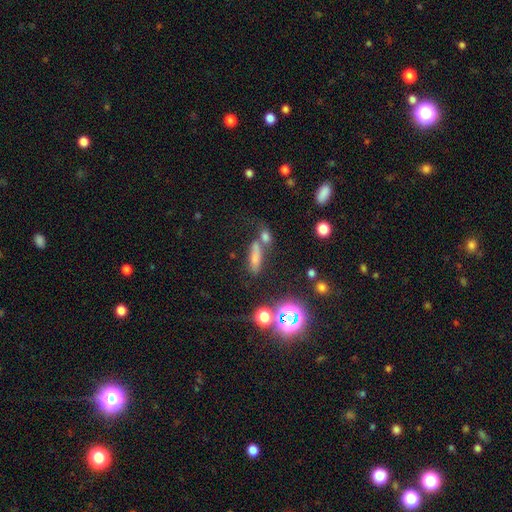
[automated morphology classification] Smooth or featured? smooth (62%)
How rounded? cigar-shaped (53%)
Merging? none (51%)